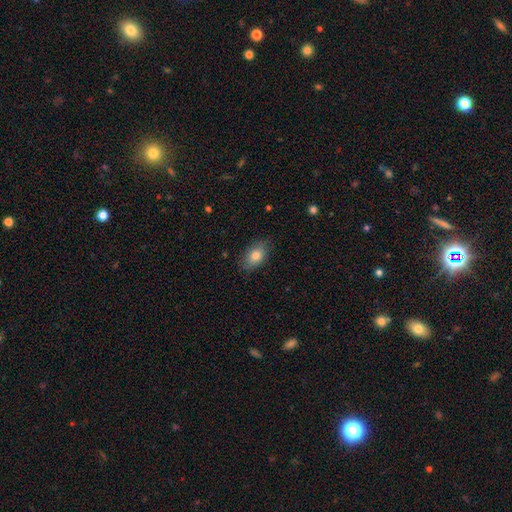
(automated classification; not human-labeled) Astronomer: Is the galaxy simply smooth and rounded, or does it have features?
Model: smooth — 80%.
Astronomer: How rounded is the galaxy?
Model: in between — 87%.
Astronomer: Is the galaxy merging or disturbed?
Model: none — 81%.